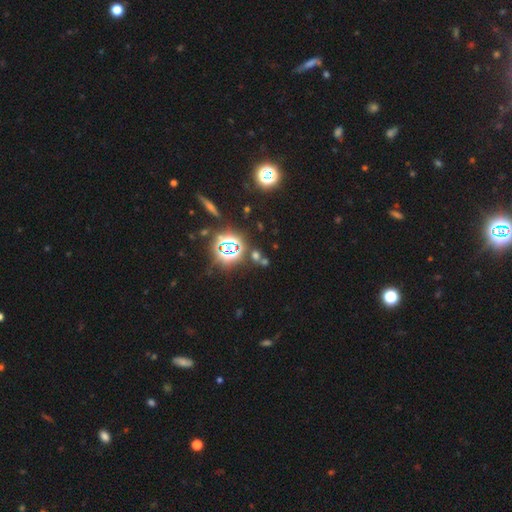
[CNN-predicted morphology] This is possibly a star or artifact rather than a galaxy (57%).